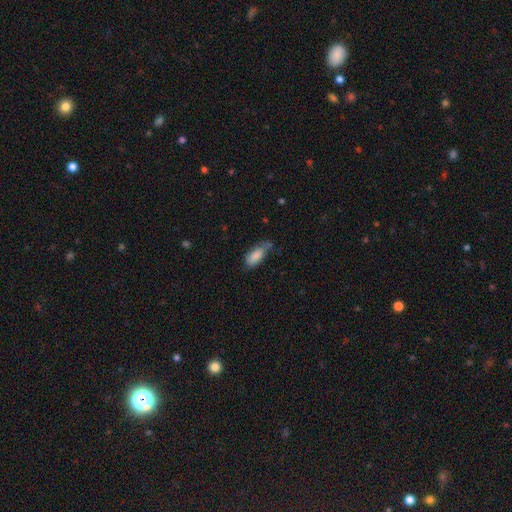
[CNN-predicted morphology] Smooth or featured: smooth — 82% (featured or disk — 11%)
How rounded: in between — 78% (cigar-shaped — 19%)
Merging: none — 45% (minor disturbance — 39%)